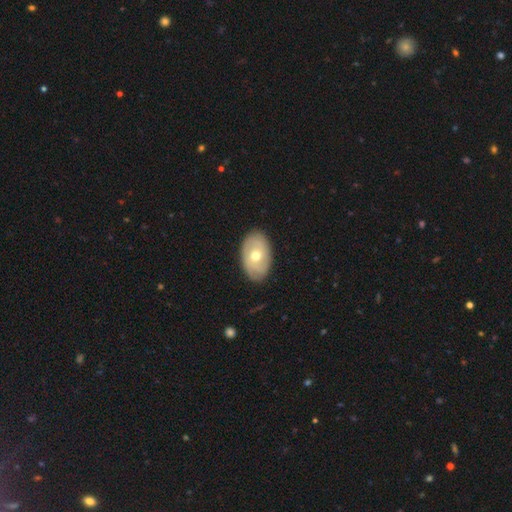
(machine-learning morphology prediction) This appears to be a smooth galaxy with no disk features (49%). Merging: none (85%).